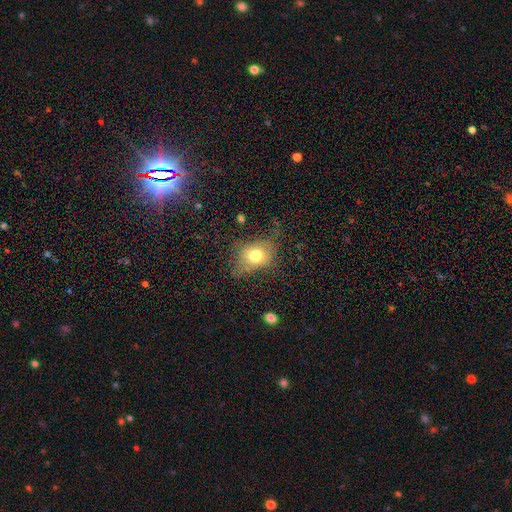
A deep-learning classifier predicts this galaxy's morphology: A smooth galaxy with no disk features (71%) that is in between round and cigar-shaped (60%).

Vote fractions:
- Smooth or featured? smooth: 71% / featured or disk: 18% / star or artifact: 11%
- How rounded? in between: 60% / round: 38% / cigar-shaped: 2%
- Merging? none: 49% / minor disturbance: 28% / major disturbance: 20% / merger: 3%